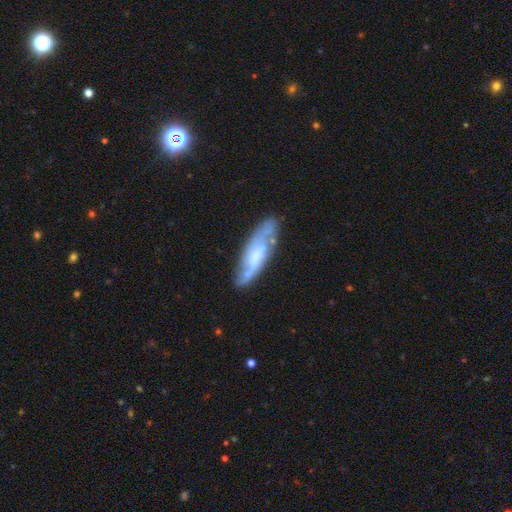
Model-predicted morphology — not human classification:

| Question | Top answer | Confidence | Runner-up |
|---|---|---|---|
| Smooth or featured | featured or disk | 60% | smooth (34%) |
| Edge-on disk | no | 71% | yes (29%) |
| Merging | none | 68% | minor disturbance (21%) |